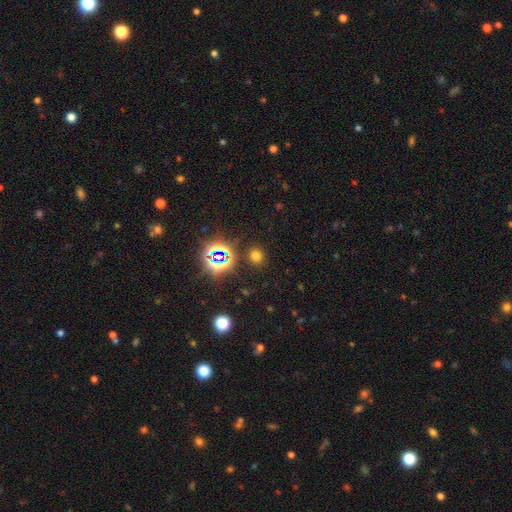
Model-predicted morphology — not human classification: type=smooth (62%); roundness=round (79%); merging=none (87%).